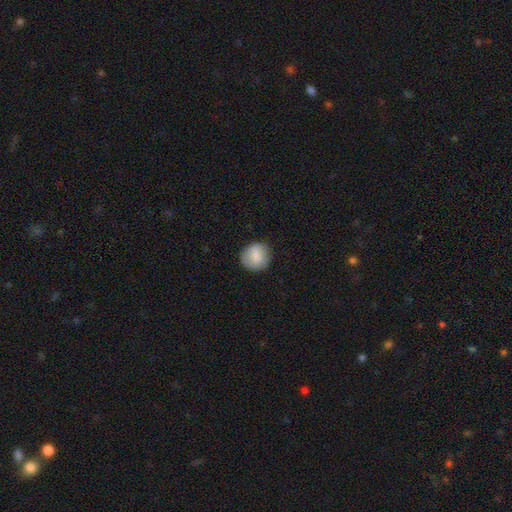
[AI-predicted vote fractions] smooth 83%, featured or disk 10%, star or artifact 7%. Down the decision tree: how rounded — round (88%); merging — none (84%).